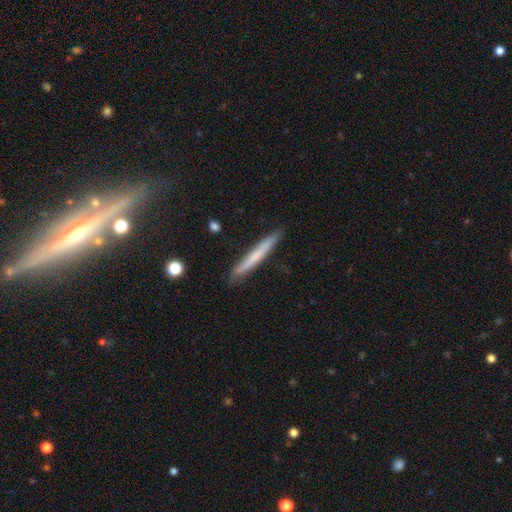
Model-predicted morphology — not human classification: A smooth galaxy with no disk features (61%) that is cigar-shaped (97%). Merging: none (89%).